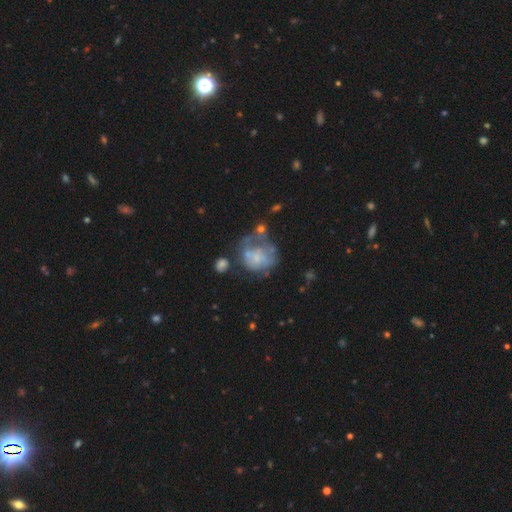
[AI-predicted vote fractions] This appears to be a featured or disk galaxy (47%). Merging: none (31%).